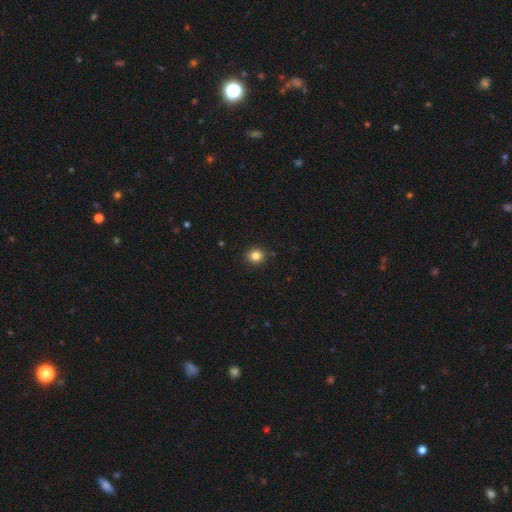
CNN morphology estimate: Smooth or featured?
  - smooth: 83% *
  - star or artifact: 12%
  - featured or disk: 5%
How rounded?
  - round: 88% *
  - in between: 11%
  - cigar-shaped: 1%
Merging?
  - none: 90% *
  - minor disturbance: 6%
  - major disturbance: 2%
  - merger: 2%